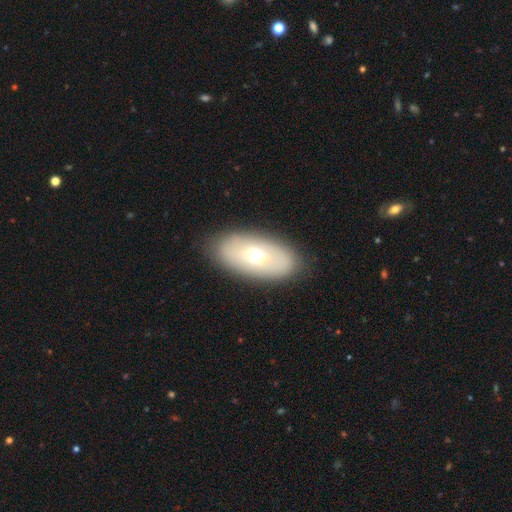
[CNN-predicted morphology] Smooth or featured? Predicted: smooth (p=0.60). How rounded? Predicted: in between (p=0.91). Merging? Predicted: none (p=0.85).